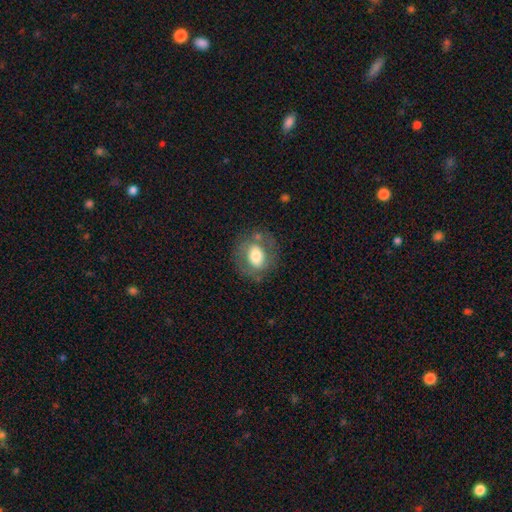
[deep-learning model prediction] smooth_or_featured: smooth (p=0.59) [alt: featured or disk p=0.33]
how_rounded: in between (p=0.50) [alt: round p=0.48]
merging: none (p=0.70) [alt: minor disturbance p=0.17]